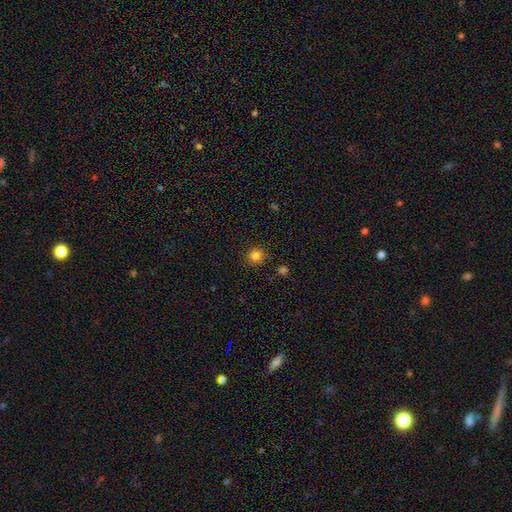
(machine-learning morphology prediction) smooth-or-featured: smooth: 82% | star or artifact: 13% | featured or disk: 5%
  how-rounded: round: 92% | in between: 7% | cigar-shaped: 1%
  merging: none: 90% | minor disturbance: 7% | major disturbance: 2% | merger: 2%